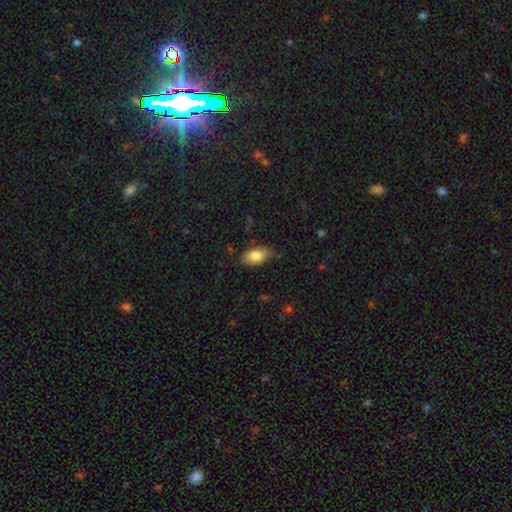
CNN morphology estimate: Overall: smooth (82%). How rounded: in between (90%). Merging: none (70%).